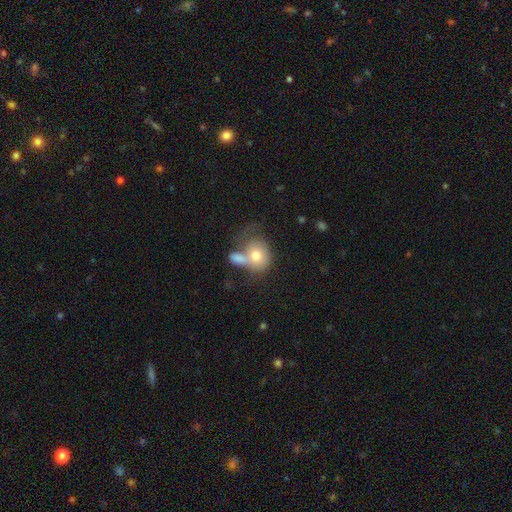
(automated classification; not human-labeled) Smooth or featured? smooth (70%)
How rounded? round (50%)
Merging? merger (56%)